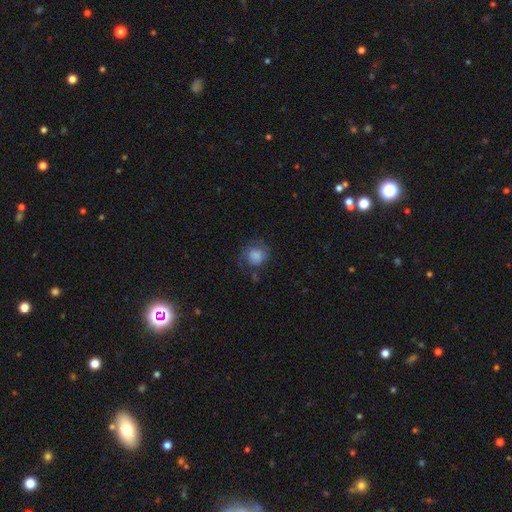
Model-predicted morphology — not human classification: Smooth or featured? Predicted: smooth (p=0.79). How rounded? Predicted: round (p=0.82). Merging? Predicted: none (p=0.59).